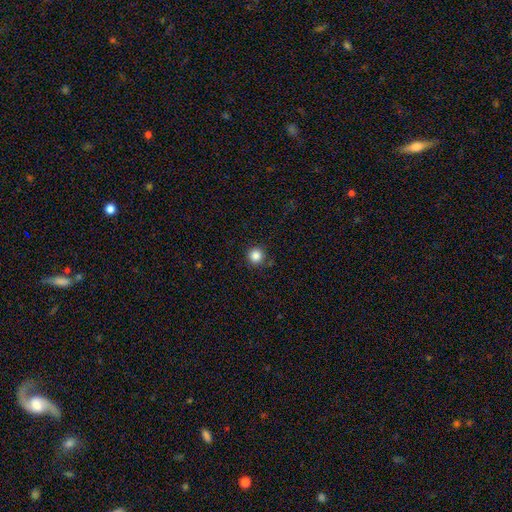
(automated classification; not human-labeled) smooth 85%, star or artifact 11%, featured or disk 4%. Down the decision tree: how rounded — round (95%); merging — none (89%).